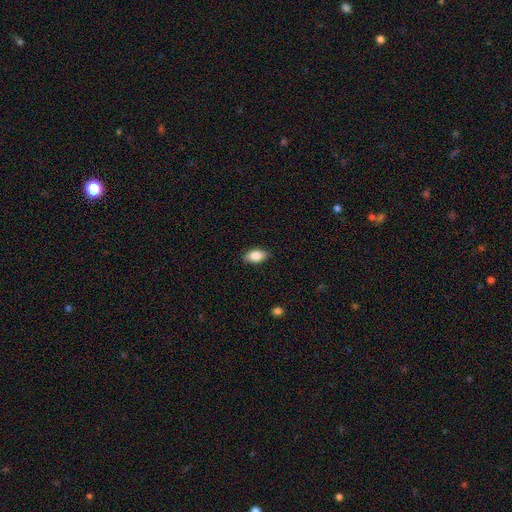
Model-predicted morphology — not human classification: smooth 86%, star or artifact 7%, featured or disk 7%. Down the decision tree: how rounded — in between (91%); merging — none (87%).